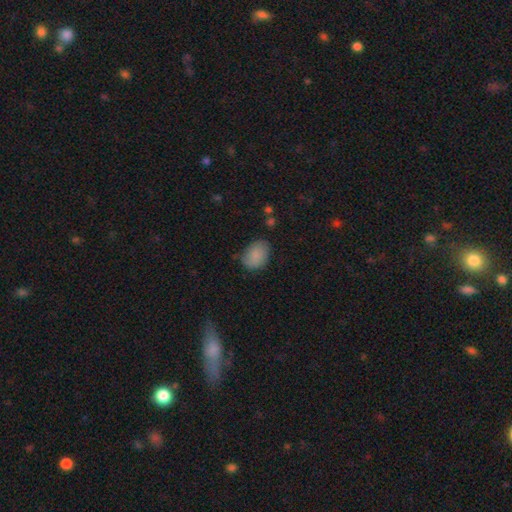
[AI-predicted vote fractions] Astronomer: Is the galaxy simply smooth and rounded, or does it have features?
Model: smooth — 86%.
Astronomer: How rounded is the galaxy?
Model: in between — 78%.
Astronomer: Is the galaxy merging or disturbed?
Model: none — 76%.